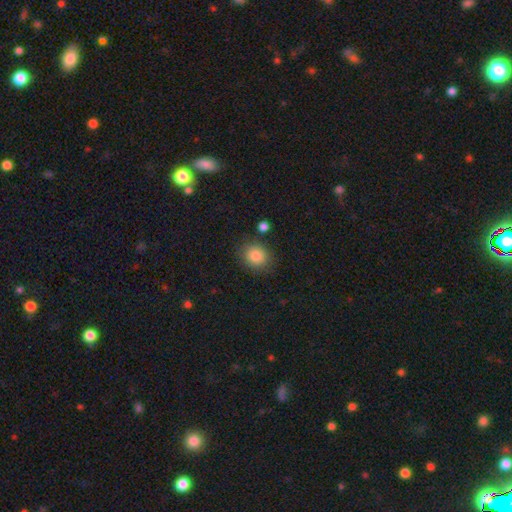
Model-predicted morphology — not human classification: Smooth or featured?
  - smooth: 86% *
  - star or artifact: 9%
  - featured or disk: 5%
How rounded?
  - round: 74% *
  - in between: 25%
  - cigar-shaped: 1%
Merging?
  - none: 83% *
  - minor disturbance: 10%
  - merger: 3%
  - major disturbance: 3%